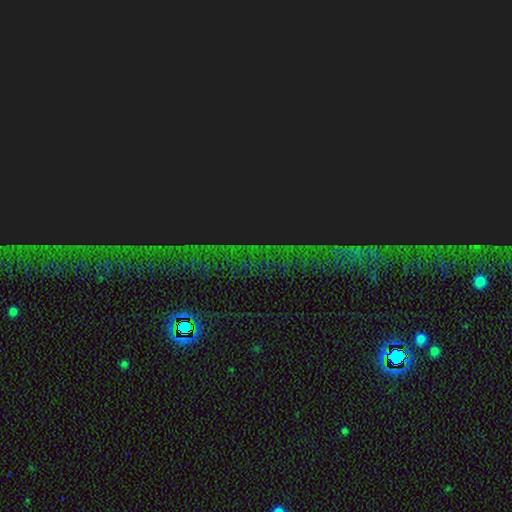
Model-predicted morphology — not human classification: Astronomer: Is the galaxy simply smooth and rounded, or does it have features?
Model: star or artifact — 86%.